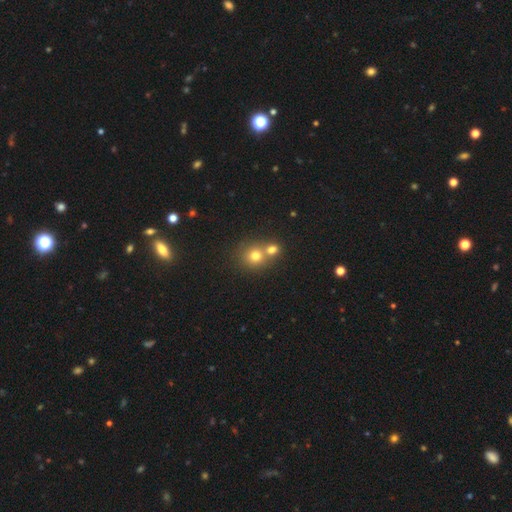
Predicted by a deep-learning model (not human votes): smooth 75%, star or artifact 14%, featured or disk 11%. Down the decision tree: how rounded — round (85%); merging — merger (49%).